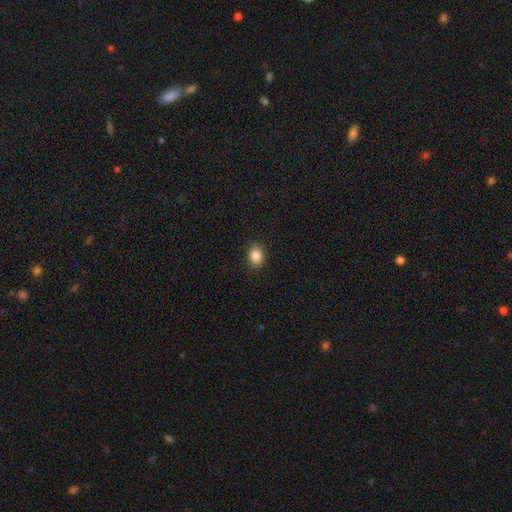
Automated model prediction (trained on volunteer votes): Smooth or featured? smooth (86%)
How rounded? in between (51%)
Merging? none (89%)